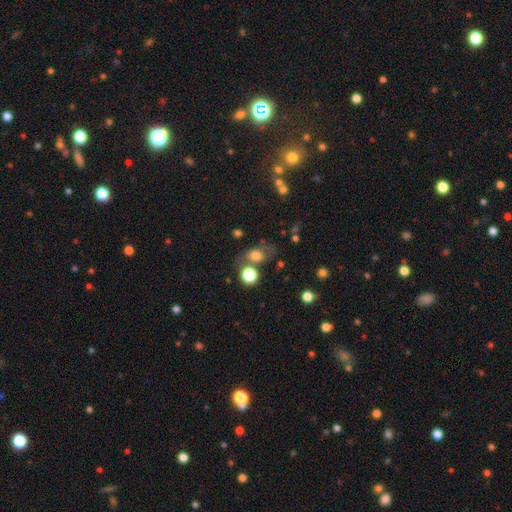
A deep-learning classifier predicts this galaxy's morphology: smooth 71%, star or artifact 15%, featured or disk 14%. Down the decision tree: how rounded — in between (64%); merging — none (55%).